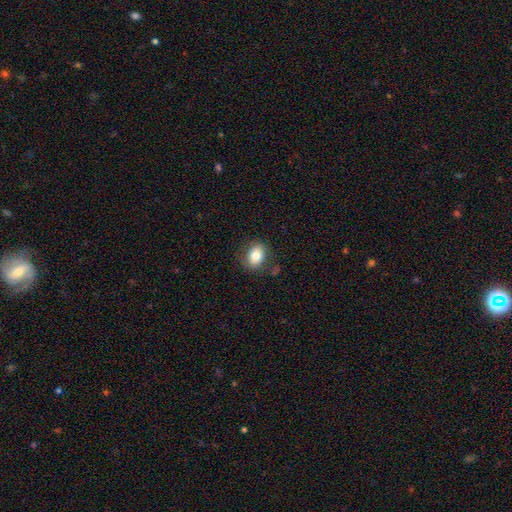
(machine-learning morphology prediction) smooth 80%, featured or disk 11%, star or artifact 9%. Down the decision tree: how rounded — in between (71%); merging — none (80%).